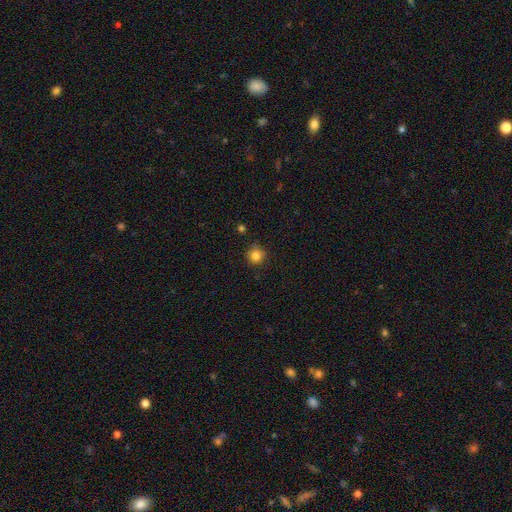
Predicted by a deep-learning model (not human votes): Smooth or featured?
  - smooth: 83% *
  - star or artifact: 12%
  - featured or disk: 5%
How rounded?
  - round: 93% *
  - in between: 7%
  - cigar-shaped: 1%
Merging?
  - none: 81% *
  - minor disturbance: 14%
  - major disturbance: 3%
  - merger: 2%